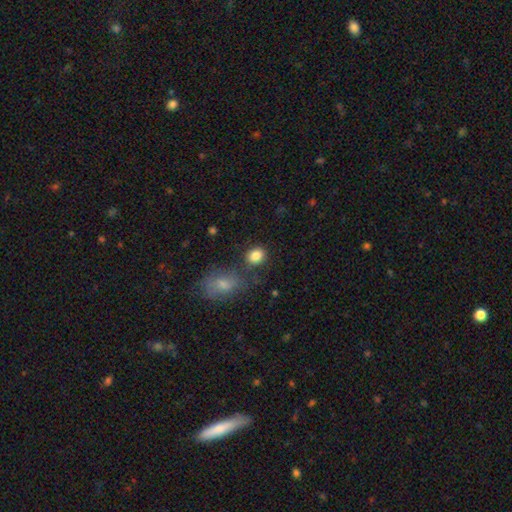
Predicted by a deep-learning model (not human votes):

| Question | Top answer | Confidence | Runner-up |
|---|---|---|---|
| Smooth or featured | smooth | 85% | star or artifact (9%) |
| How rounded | round | 59% | in between (40%) |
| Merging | none | 73% | minor disturbance (12%) |